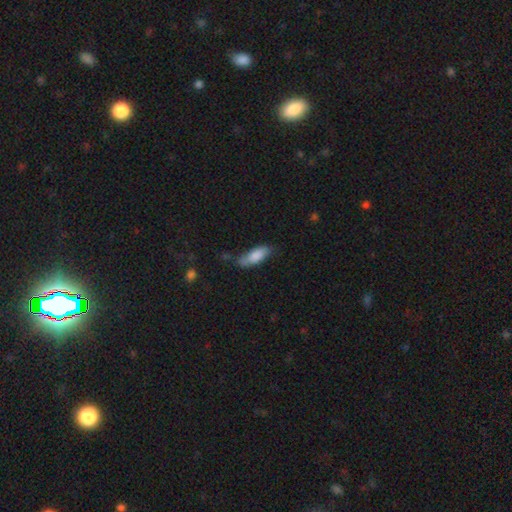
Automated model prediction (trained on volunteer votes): A smooth galaxy with no disk features (82%) that is in between round and cigar-shaped (68%). Merging: none (58%).